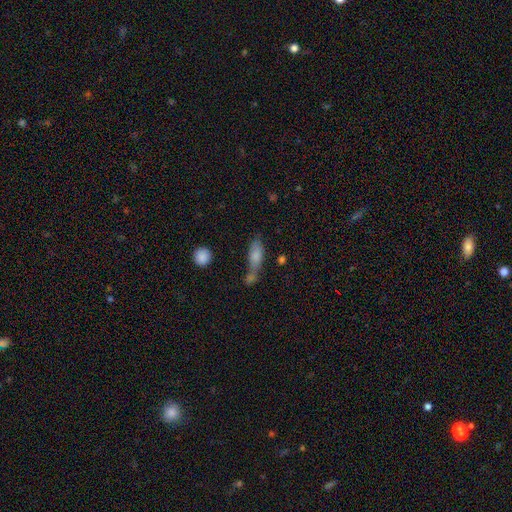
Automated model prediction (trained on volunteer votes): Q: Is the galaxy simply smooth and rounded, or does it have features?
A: smooth — 75%.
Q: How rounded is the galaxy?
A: in between — 65%.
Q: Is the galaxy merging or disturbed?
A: merger — 39%.